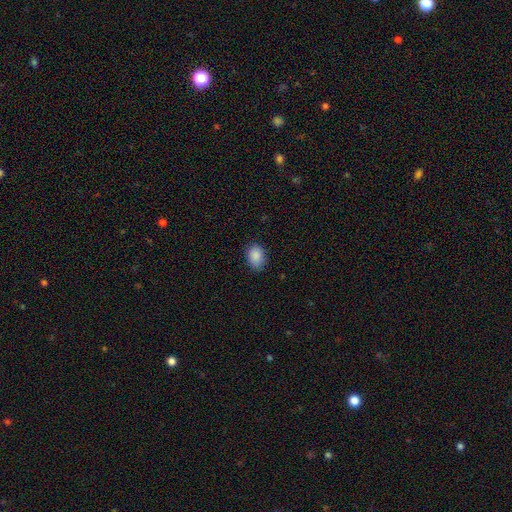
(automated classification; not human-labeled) smooth 88%, star or artifact 8%, featured or disk 4%. Down the decision tree: how rounded — in between (76%); merging — none (82%).